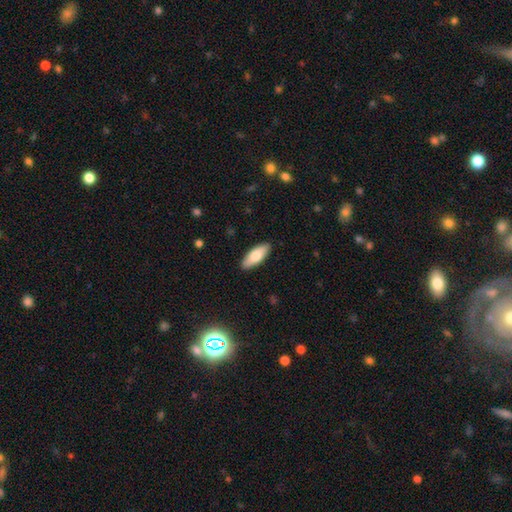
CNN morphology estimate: Q: Smooth or featured?
A: smooth (77%); runner-up: featured or disk (17%)
Q: How rounded?
A: in between (76%); runner-up: cigar-shaped (22%)
Q: Merging?
A: none (89%); runner-up: minor disturbance (8%)